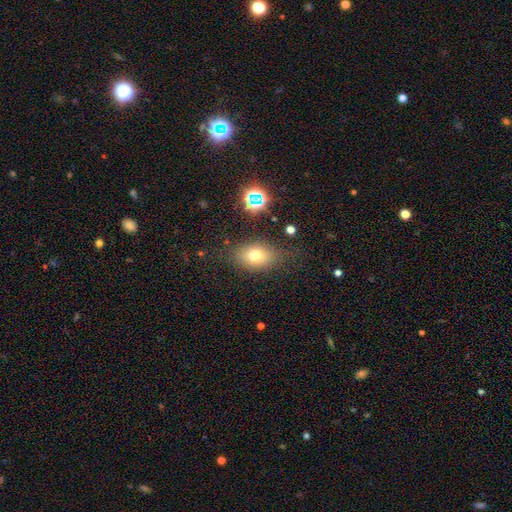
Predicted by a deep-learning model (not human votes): Morphology: type=smooth (72%); roundness=in between (73%); merging=none (76%).